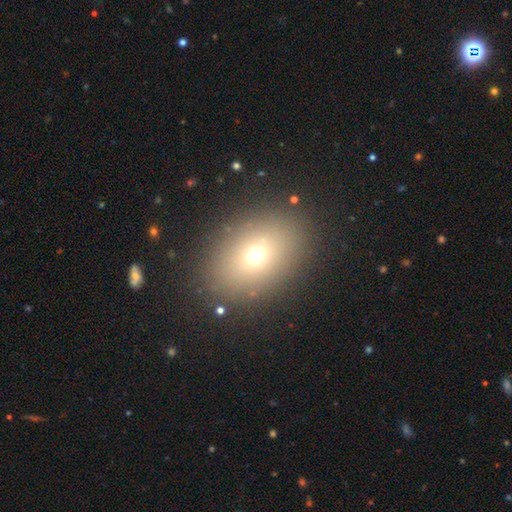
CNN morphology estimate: This appears to be a smooth galaxy with no disk features (68%) that is in between round and cigar-shaped (68%). Merging: none (86%).